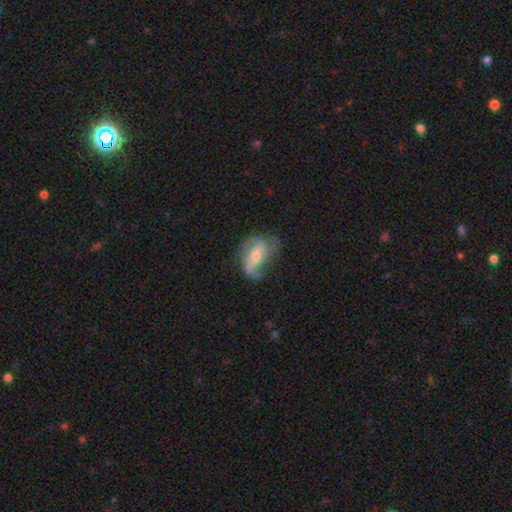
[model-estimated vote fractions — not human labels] A featured or disk galaxy (73%) with a weak bar (38%), 2 (62%) loose (43%) spiral arms (87%) and a moderate central bulge (50%). Merging: none (50%).